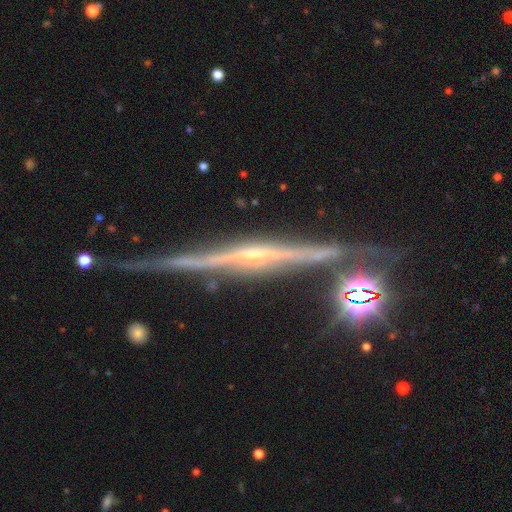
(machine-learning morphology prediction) Smooth or featured: featured or disk — 86% (star or artifact — 8%)
Edge-on disk: yes — 98% (no — 2%)
Edge-on bulge: rounded — 55% (none — 32%)
Merging: none — 81% (minor disturbance — 12%)